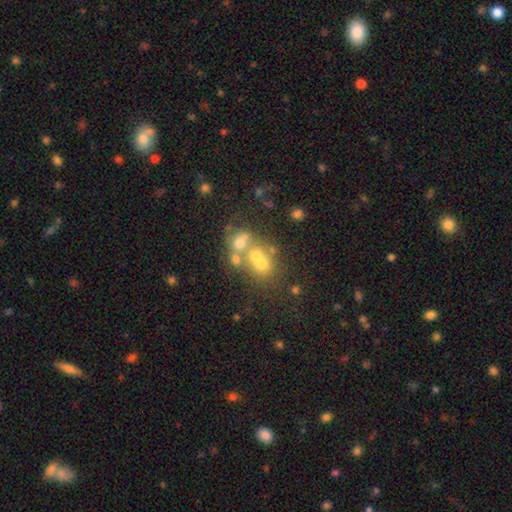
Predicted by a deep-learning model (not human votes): A smooth galaxy with no disk features (52%) that is round (68%).

Vote fractions:
- Smooth or featured? smooth: 52% / featured or disk: 28% / star or artifact: 20%
- How rounded? round: 68% / in between: 31% / cigar-shaped: 1%
- Merging? merger: 51% / none: 33% / minor disturbance: 9% / major disturbance: 7%